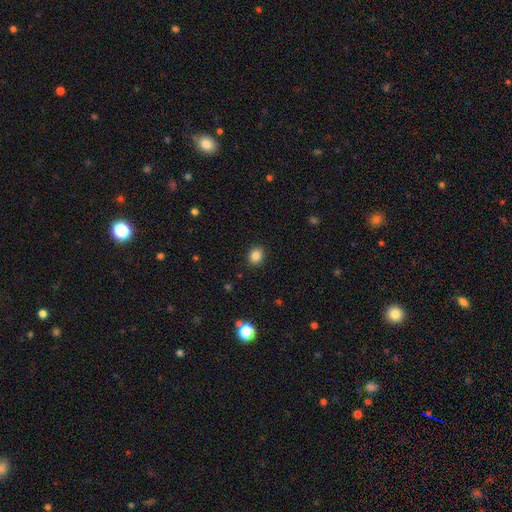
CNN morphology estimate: smooth_or_featured: smooth (p=0.85) [alt: star or artifact p=0.10]
how_rounded: round (p=0.55) [alt: in between p=0.44]
merging: none (p=0.90) [alt: minor disturbance p=0.07]